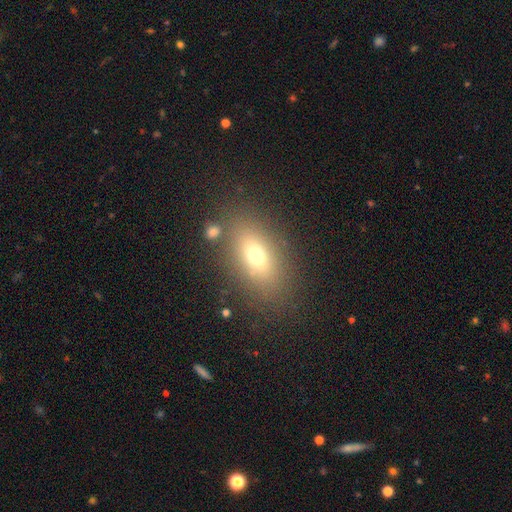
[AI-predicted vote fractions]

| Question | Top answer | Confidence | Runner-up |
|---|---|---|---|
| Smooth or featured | smooth | 69% | featured or disk (18%) |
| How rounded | in between | 82% | round (9%) |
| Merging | none | 79% | minor disturbance (11%) |